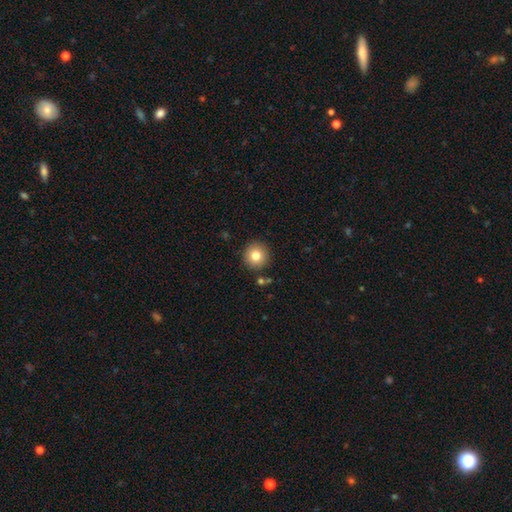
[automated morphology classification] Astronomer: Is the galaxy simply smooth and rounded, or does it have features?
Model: smooth — 80%.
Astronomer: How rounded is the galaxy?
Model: round — 93%.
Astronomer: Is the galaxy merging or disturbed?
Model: none — 89%.